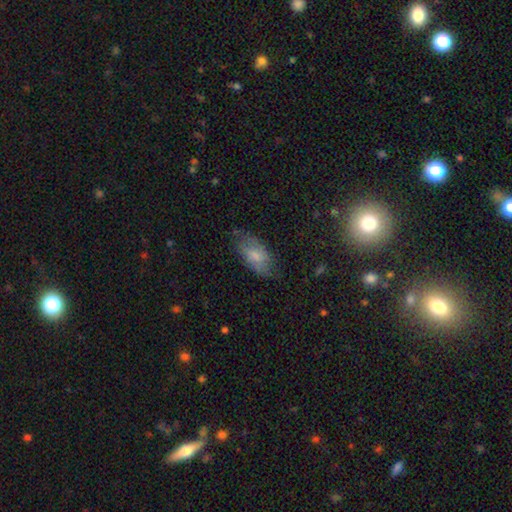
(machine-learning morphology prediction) A smooth galaxy with no disk features (62%) that is in between round and cigar-shaped (91%).

Vote fractions:
- Smooth or featured? smooth: 62% / featured or disk: 31% / star or artifact: 7%
- How rounded? in between: 91% / cigar-shaped: 6% / round: 3%
- Merging? none: 69% / minor disturbance: 23% / major disturbance: 7% / merger: 1%